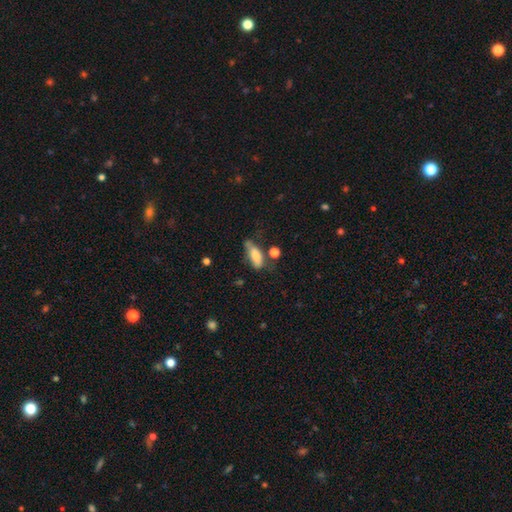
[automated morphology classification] smooth-or-featured: smooth: 76% | featured or disk: 15% | star or artifact: 9%
  how-rounded: in between: 69% | cigar-shaped: 27% | round: 3%
  merging: none: 37% | minor disturbance: 31% | major disturbance: 20% | merger: 12%